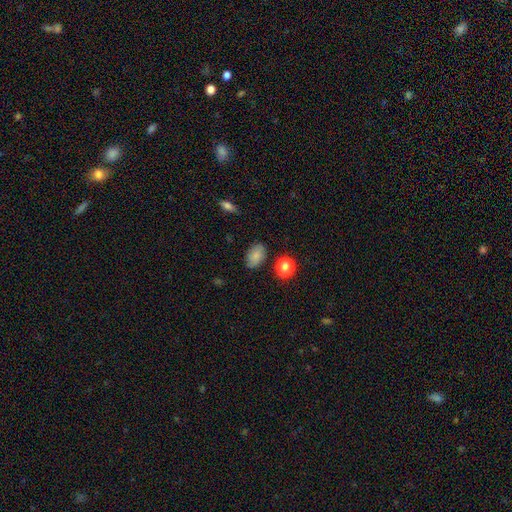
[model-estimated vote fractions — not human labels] Q: Smooth or featured?
A: smooth (77%); runner-up: featured or disk (13%)
Q: How rounded?
A: in between (87%); runner-up: round (11%)
Q: Merging?
A: none (80%); runner-up: minor disturbance (15%)